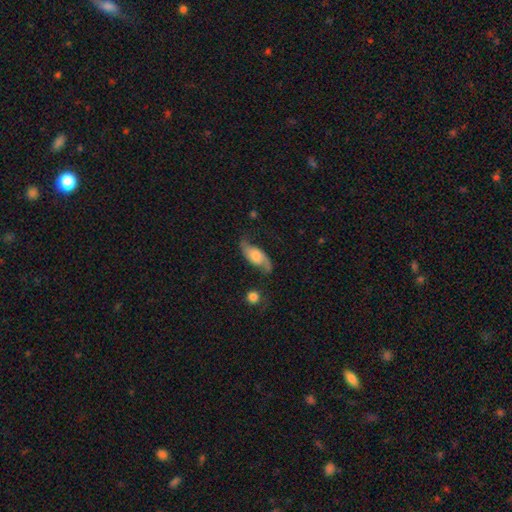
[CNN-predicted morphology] A featured or disk galaxy (65%) with no bar (67%), 2 (89%) loose (68%) spiral arms (90%) and a moderate central bulge (49%). Merging: none (61%).